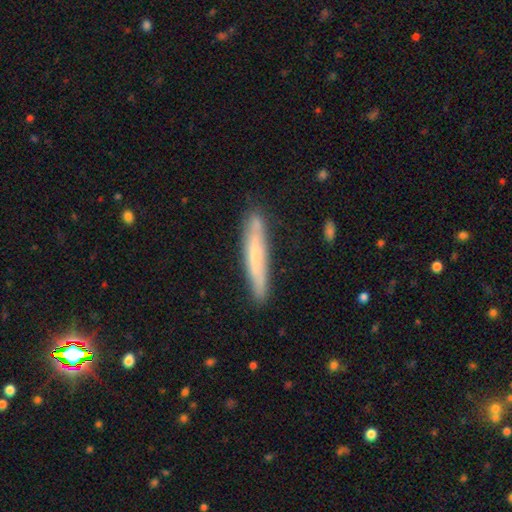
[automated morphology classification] Smooth or featured? Predicted: smooth (p=0.57). How rounded? Predicted: cigar-shaped (p=0.94). Merging? Predicted: none (p=0.81).